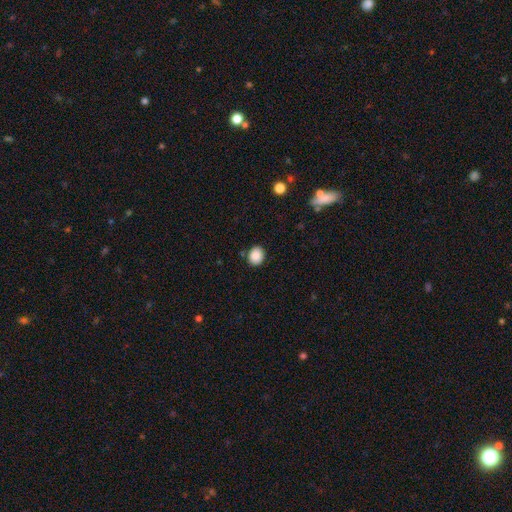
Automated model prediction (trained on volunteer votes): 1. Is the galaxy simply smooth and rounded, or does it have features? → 87% smooth, 9% star or artifact, 4% featured or disk.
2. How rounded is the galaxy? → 60% round, 39% in between, 1% cigar-shaped.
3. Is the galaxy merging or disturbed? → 85% none, 10% minor disturbance, 3% merger, 2% major disturbance.